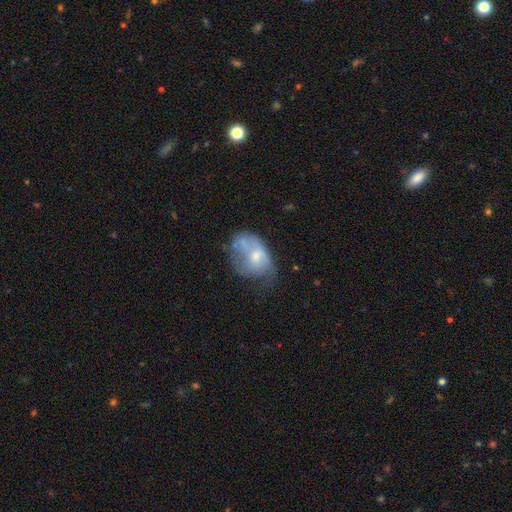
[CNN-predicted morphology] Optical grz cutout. It shows a smooth galaxy with no disk features (46%). Merging: major disturbance (32%).